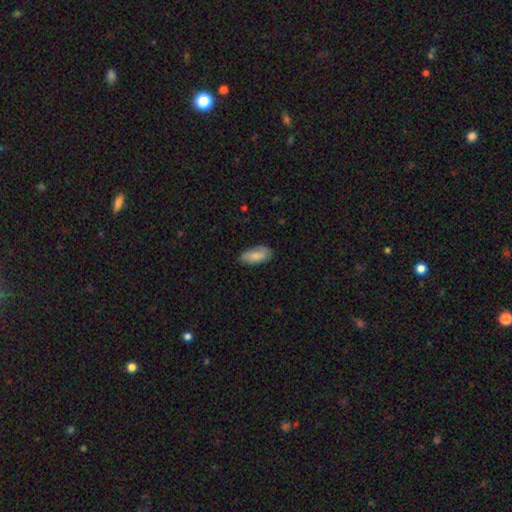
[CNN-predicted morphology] Smooth or featured?
  - smooth: 80% *
  - featured or disk: 14%
  - star or artifact: 6%
How rounded?
  - in between: 90% *
  - cigar-shaped: 8%
  - round: 2%
Merging?
  - none: 73% *
  - minor disturbance: 21%
  - major disturbance: 4%
  - merger: 1%